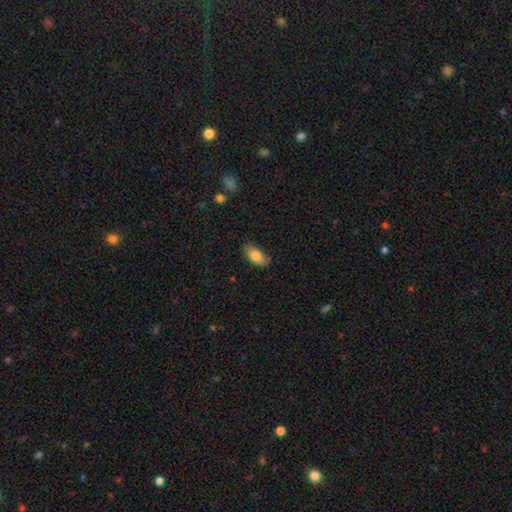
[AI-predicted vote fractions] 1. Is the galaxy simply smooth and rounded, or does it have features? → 80% smooth, 14% featured or disk, 7% star or artifact.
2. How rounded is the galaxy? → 90% in between, 7% cigar-shaped, 3% round.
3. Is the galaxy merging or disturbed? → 79% none, 17% minor disturbance, 3% major disturbance, 1% merger.